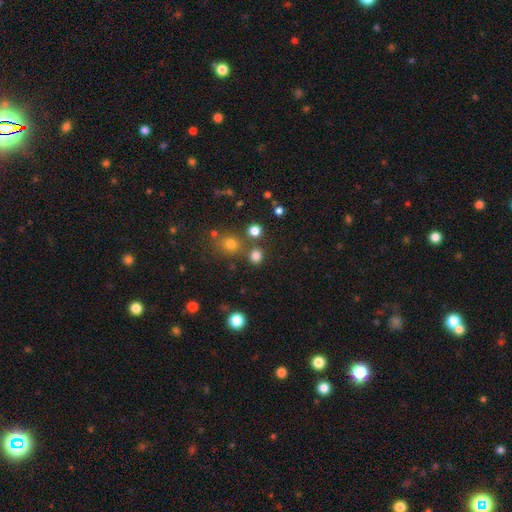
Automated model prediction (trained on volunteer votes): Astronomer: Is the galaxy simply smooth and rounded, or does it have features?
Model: smooth — 78%.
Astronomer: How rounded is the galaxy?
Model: round — 84%.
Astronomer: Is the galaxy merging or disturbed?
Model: none — 78%.